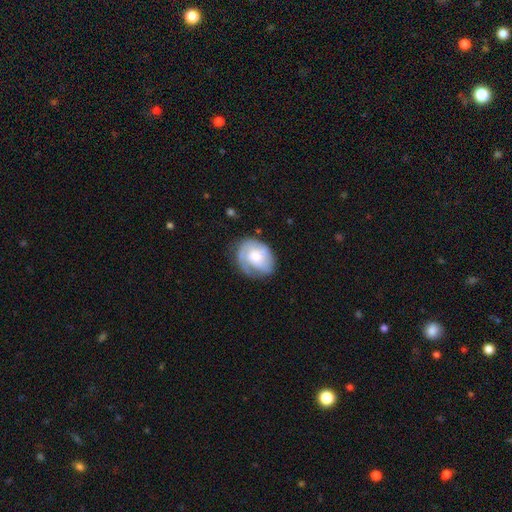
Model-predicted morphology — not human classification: Overall: featured or disk (64%; smooth 30%). Edge-on disk: no (97%). Bar: no (74%). Spiral arms: yes (87%). Spiral arm count: 2 (30%; can't tell 27%). Spiral winding: tight (52%; medium 33%). Bulge size: moderate (54%; small 22%). Merging: none (63%; minor disturbance 24%).